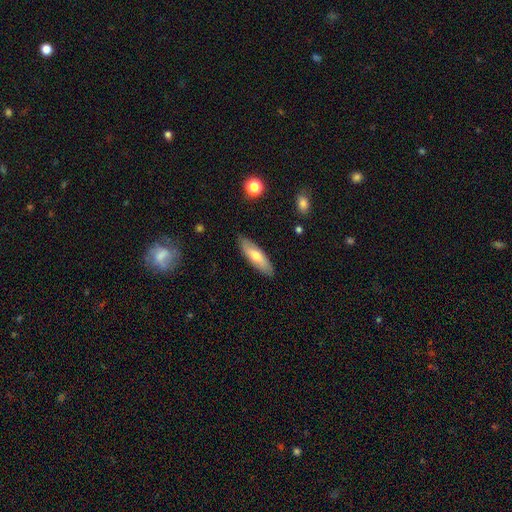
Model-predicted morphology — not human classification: type=smooth (65%); roundness=in between (52%); merging=none (85%).